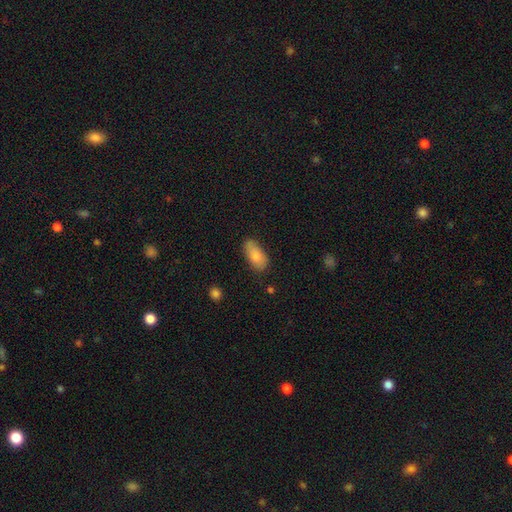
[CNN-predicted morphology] Smooth or featured: smooth — 82% (featured or disk — 12%)
How rounded: in between — 90% (cigar-shaped — 7%)
Merging: none — 74% (minor disturbance — 20%)